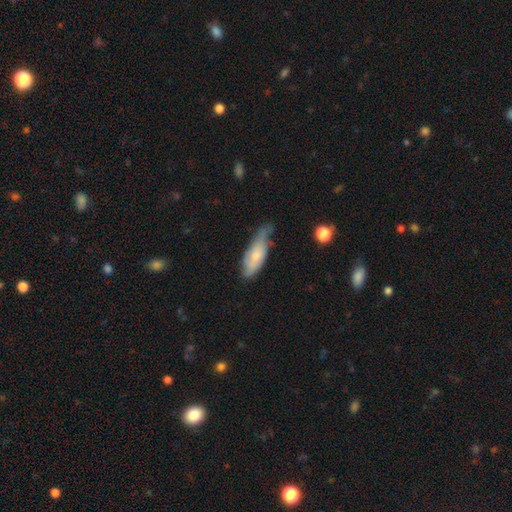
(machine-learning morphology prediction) smooth_or_featured: smooth (p=0.57) [alt: featured or disk p=0.36]
how_rounded: in between (p=0.65) [alt: cigar-shaped p=0.33]
merging: none (p=0.42) [alt: minor disturbance p=0.41]